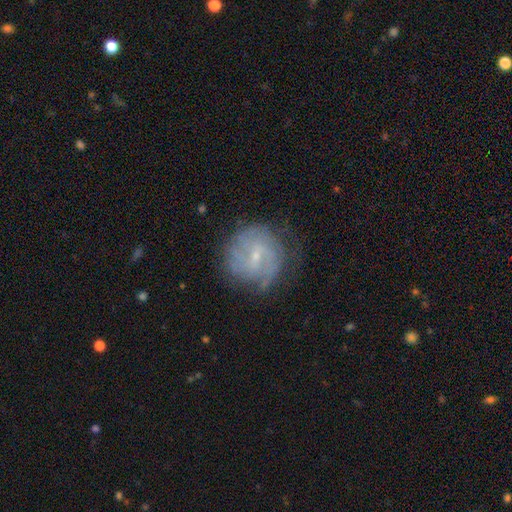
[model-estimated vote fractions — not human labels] A featured or disk galaxy (69%) with a weak bar (58%), tight (51%) spiral arms (83%) and a small central bulge (74%).

Vote fractions:
- Smooth or featured? featured or disk: 69% / smooth: 23% / star or artifact: 8%
- Edge-on disk? no: 97% / yes: 3%
- Bar? weak: 58% / no: 30% / strong: 11%
- Spiral arms? yes: 83% / no: 17%
- Spiral winding? tight: 51% / medium: 34% / loose: 14%
- Spiral arm count? can't tell: 48% / 2: 23% / 3: 12% / 4: 7% / 1: 5% / more than 4: 4%
- Bulge size? small: 74% / moderate: 18% / none: 6% / large: 1% / dominant: 1%
- Merging? none: 67% / minor disturbance: 21% / major disturbance: 10% / merger: 2%